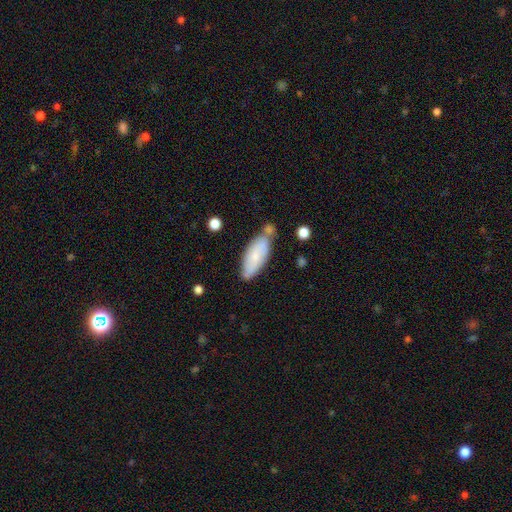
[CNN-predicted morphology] Smooth or featured? Predicted: smooth (p=0.69). How rounded? Predicted: in between (p=0.75). Merging? Predicted: none (p=0.57).